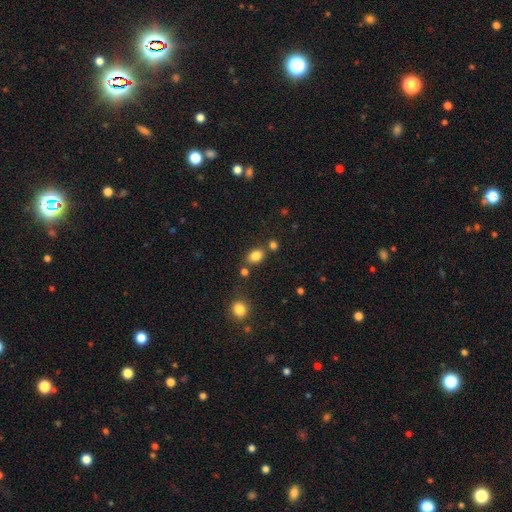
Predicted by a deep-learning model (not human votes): This is clearly a smooth galaxy (83%). How rounded: likely in between (67%). Merging: likely none (72%).